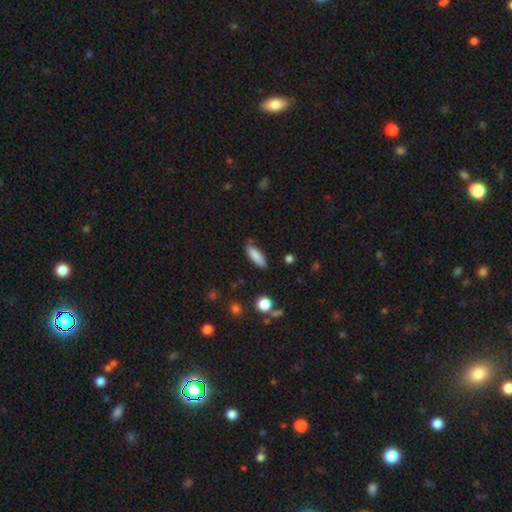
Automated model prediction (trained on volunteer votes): Smooth or featured?
  - smooth: 84% *
  - featured or disk: 9%
  - star or artifact: 7%
How rounded?
  - in between: 51% *
  - cigar-shaped: 48%
  - round: 2%
Merging?
  - none: 76% *
  - minor disturbance: 18%
  - major disturbance: 3%
  - merger: 2%